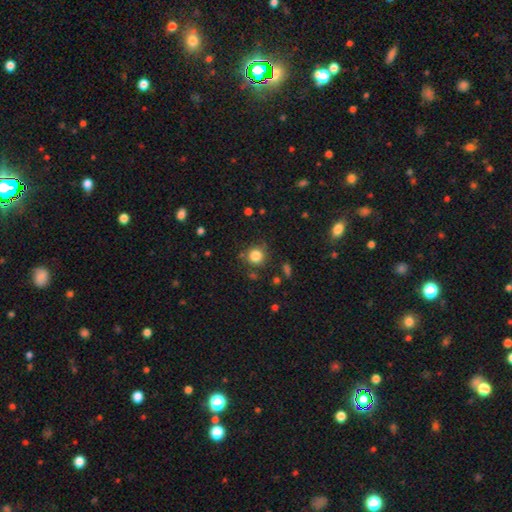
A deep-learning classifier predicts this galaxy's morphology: smooth_or_featured: smooth (p=0.83) [alt: star or artifact p=0.12]
how_rounded: round (p=0.91) [alt: in between p=0.08]
merging: none (p=0.81) [alt: minor disturbance p=0.11]